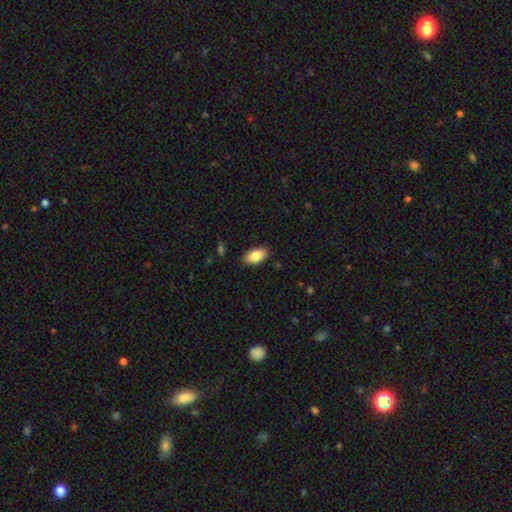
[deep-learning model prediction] This is clearly a smooth galaxy (82%). How rounded: clearly in between (93%). Merging: clearly none (87%).